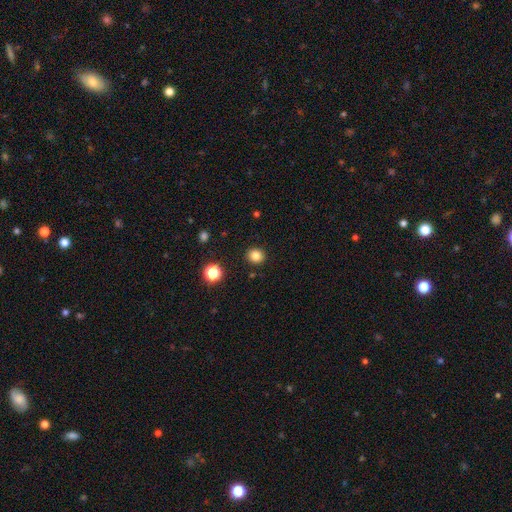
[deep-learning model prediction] The model was most divided on "how rounded": round: 84%, in between: 15%, cigar-shaped: 1%. More confident: merging — none (91%); smooth or featured — smooth (82%).